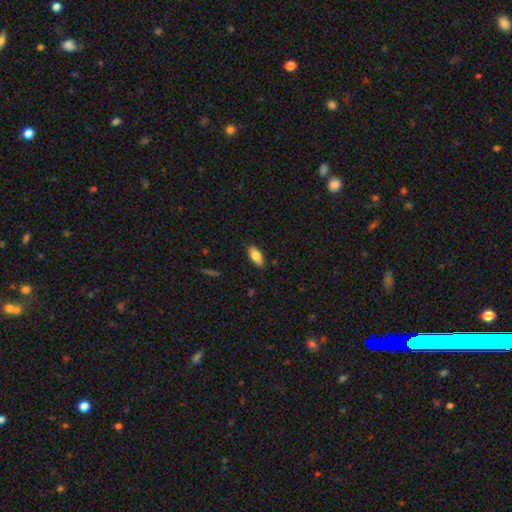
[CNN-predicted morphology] type=smooth (79%); roundness=in between (88%); merging=none (86%).